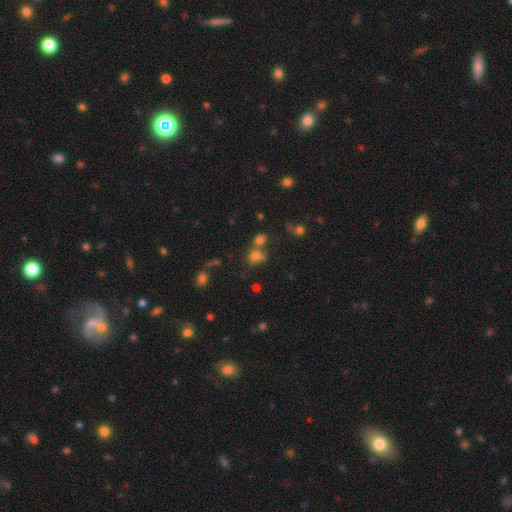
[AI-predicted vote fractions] Q: Smooth or featured?
A: smooth (72%); runner-up: star or artifact (18%)
Q: How rounded?
A: round (59%); runner-up: in between (40%)
Q: Merging?
A: none (46%); runner-up: merger (36%)